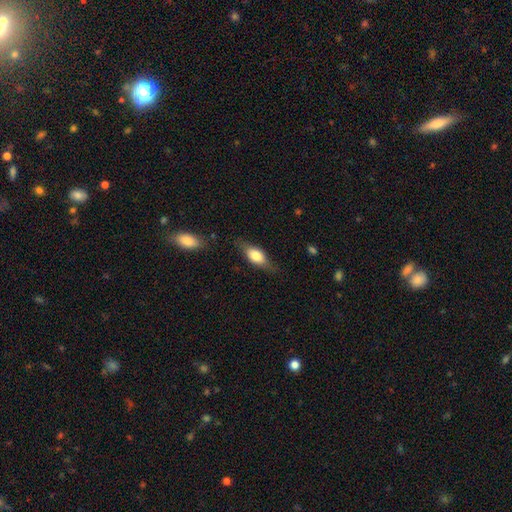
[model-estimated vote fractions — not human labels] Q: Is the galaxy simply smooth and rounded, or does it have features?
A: smooth — 63%.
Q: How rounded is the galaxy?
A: in between — 75%.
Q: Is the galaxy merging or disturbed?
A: none — 71%.